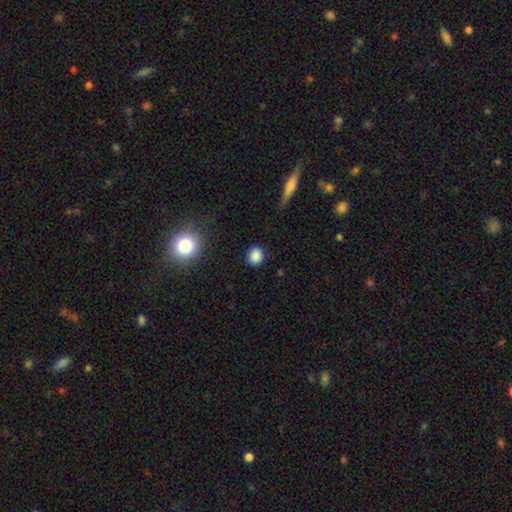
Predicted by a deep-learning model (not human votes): Q: Smooth or featured?
A: smooth (86%); runner-up: star or artifact (10%)
Q: How rounded?
A: round (85%); runner-up: in between (14%)
Q: Merging?
A: none (89%); runner-up: minor disturbance (7%)